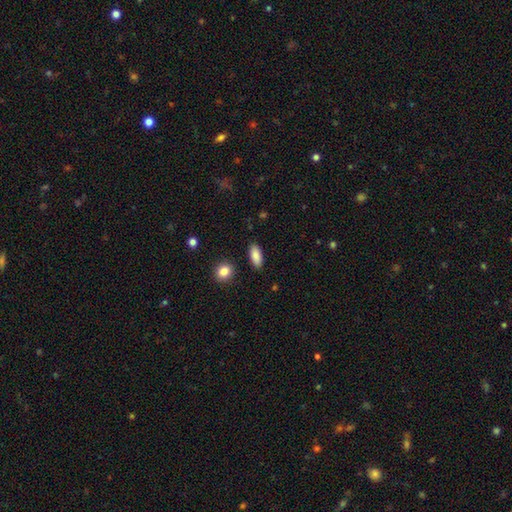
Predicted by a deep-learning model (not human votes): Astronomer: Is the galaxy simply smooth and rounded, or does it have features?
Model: smooth — 88%.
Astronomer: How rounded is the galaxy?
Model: in between — 82%.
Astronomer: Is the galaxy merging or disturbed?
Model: none — 88%.